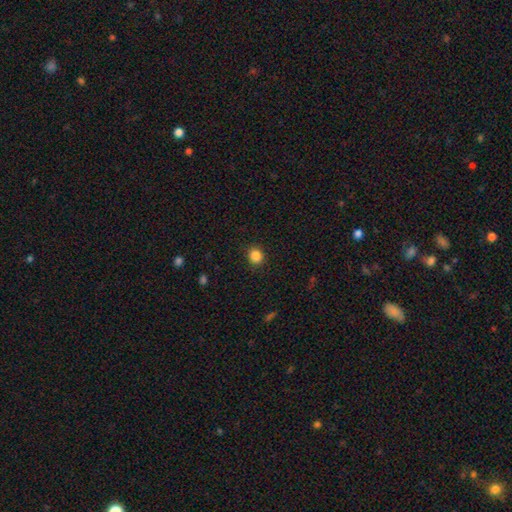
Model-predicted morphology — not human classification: Q: Smooth or featured?
A: smooth (86%); runner-up: star or artifact (11%)
Q: How rounded?
A: round (78%); runner-up: in between (21%)
Q: Merging?
A: none (90%); runner-up: minor disturbance (7%)